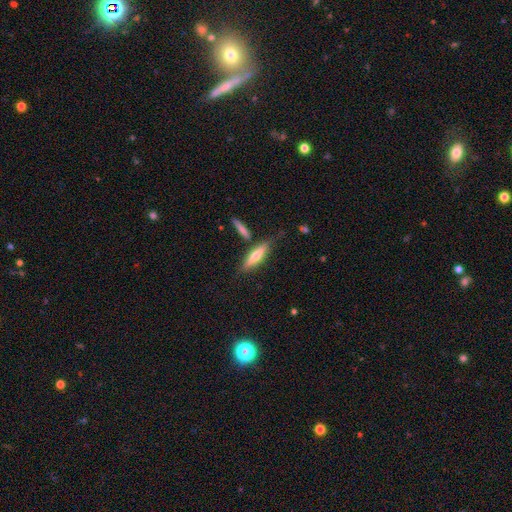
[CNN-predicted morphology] smooth-or-featured: smooth: 52% | featured or disk: 42% | star or artifact: 7%
  how-rounded: cigar-shaped: 72% | in between: 26% | round: 2%
  merging: none: 70% | minor disturbance: 16% | merger: 10% | major disturbance: 4%